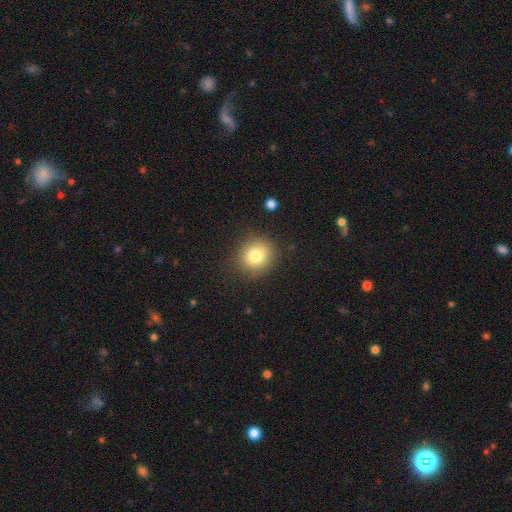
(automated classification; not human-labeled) Smooth or featured?
  - smooth: 79% *
  - star or artifact: 11%
  - featured or disk: 9%
How rounded?
  - round: 84% *
  - in between: 15%
  - cigar-shaped: 1%
Merging?
  - none: 86% *
  - minor disturbance: 9%
  - major disturbance: 3%
  - merger: 1%